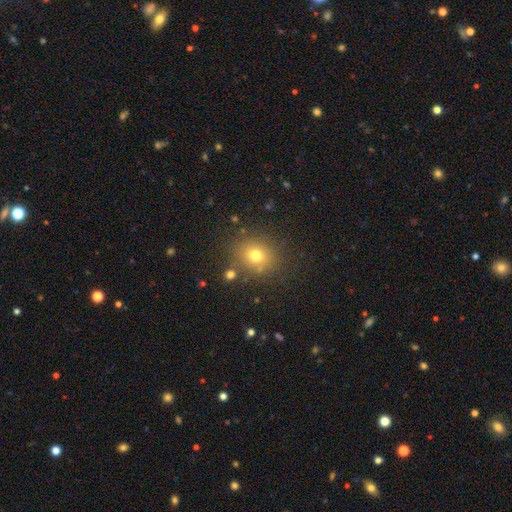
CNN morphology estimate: A smooth galaxy with no disk features (72%) that is round (76%). Merging: none (81%).